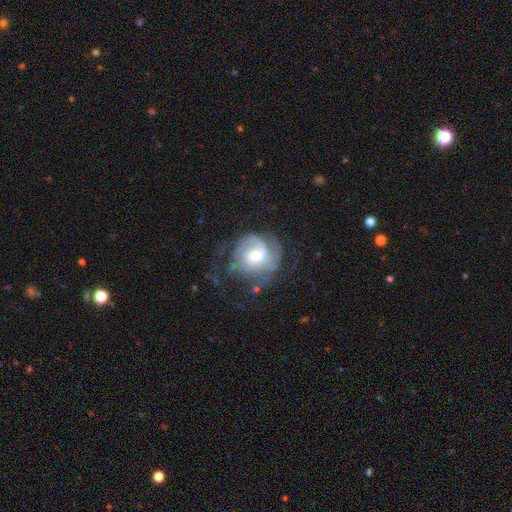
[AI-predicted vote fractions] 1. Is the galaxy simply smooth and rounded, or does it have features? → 74% featured or disk, 19% smooth, 7% star or artifact.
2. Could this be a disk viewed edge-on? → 97% no, 3% yes.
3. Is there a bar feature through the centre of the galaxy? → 67% no, 27% weak, 6% strong.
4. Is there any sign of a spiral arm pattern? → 88% yes, 12% no.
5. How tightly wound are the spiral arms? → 47% tight, 35% medium, 18% loose.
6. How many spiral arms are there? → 33% 2 (tied), 33% can't tell (tied), 14% 3, 12% 1, 4% 4, 4% more than 4.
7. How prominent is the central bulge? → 55% moderate, 38% small, 5% large, 1% dominant, 1% none.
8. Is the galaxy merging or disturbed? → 52% none, 25% major disturbance, 21% minor disturbance, 2% merger.